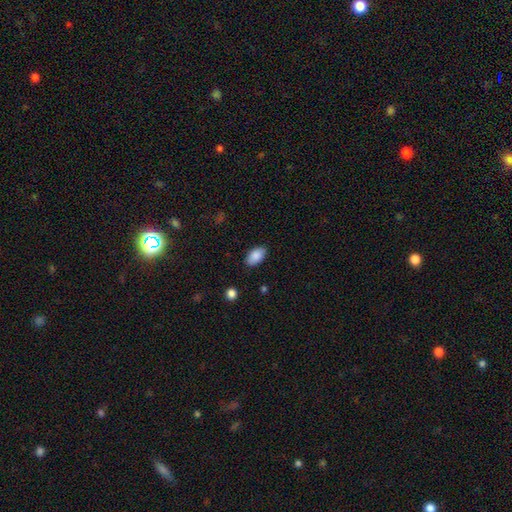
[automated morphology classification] This appears to be a smooth galaxy with no disk features (88%) that is in between round and cigar-shaped (94%). Merging: none (86%).